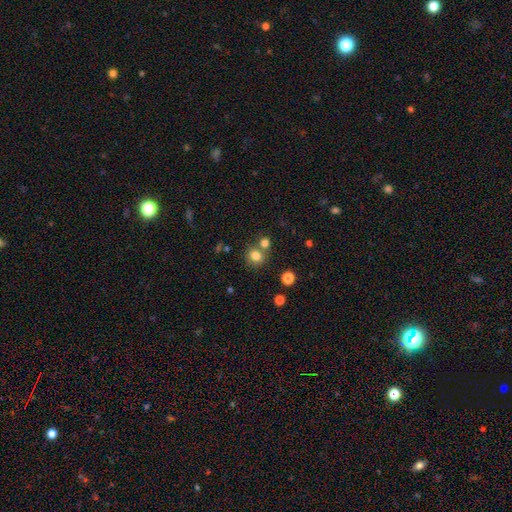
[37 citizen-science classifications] smooth 81%, featured or disk 16%, star or artifact 3%. Down the decision tree: how rounded — round (90%); merging — none (64%).